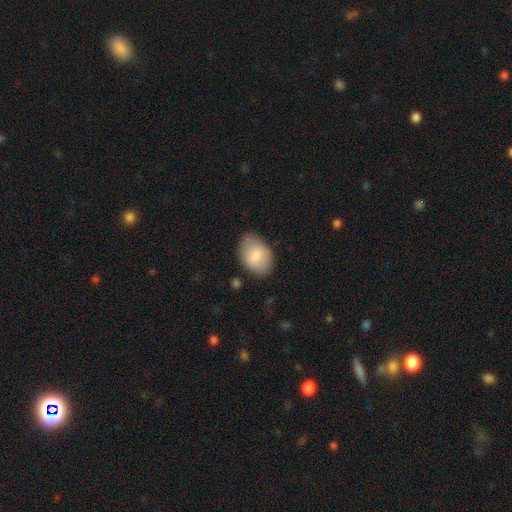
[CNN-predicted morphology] smooth_or_featured: smooth (p=0.82) [alt: featured or disk p=0.12]
how_rounded: in between (p=0.85) [alt: round p=0.14]
merging: none (p=0.78) [alt: minor disturbance p=0.16]